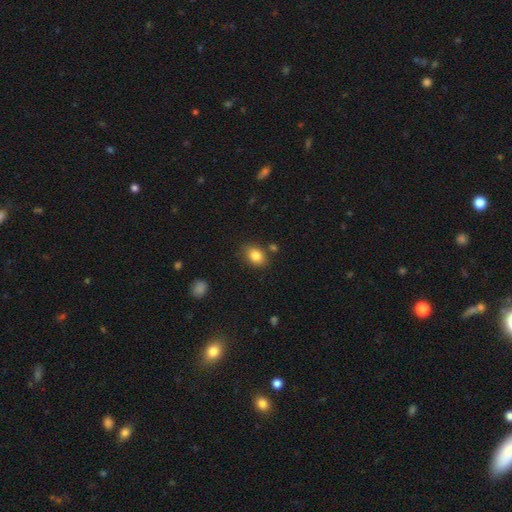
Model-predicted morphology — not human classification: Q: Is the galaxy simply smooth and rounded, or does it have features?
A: smooth — 84%.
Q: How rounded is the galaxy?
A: in between — 75%.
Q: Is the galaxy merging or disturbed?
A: none — 78%.